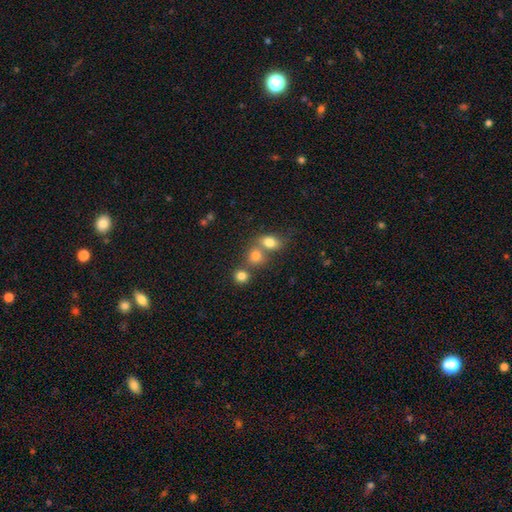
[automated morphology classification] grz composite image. It shows a smooth galaxy with no disk features (77%) that is round (64%). Merging: none (45%).